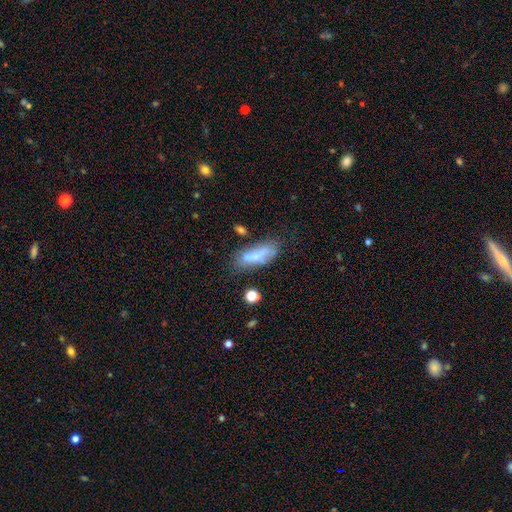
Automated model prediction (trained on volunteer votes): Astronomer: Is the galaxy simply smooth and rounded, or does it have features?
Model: smooth — 60%.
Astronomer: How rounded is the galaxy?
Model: in between — 59% (runner-up: cigar-shaped, 37%).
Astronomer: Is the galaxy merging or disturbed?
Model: none — 47% (runner-up: minor disturbance, 23%).